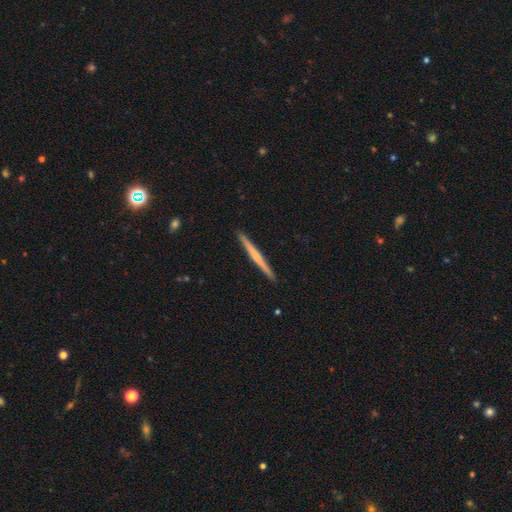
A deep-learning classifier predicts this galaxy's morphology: Overall: featured or disk (55%; smooth 40%). Edge-on disk: yes (98%). Edge-on bulge: none (60%; rounded 32%). Merging: none (93%).